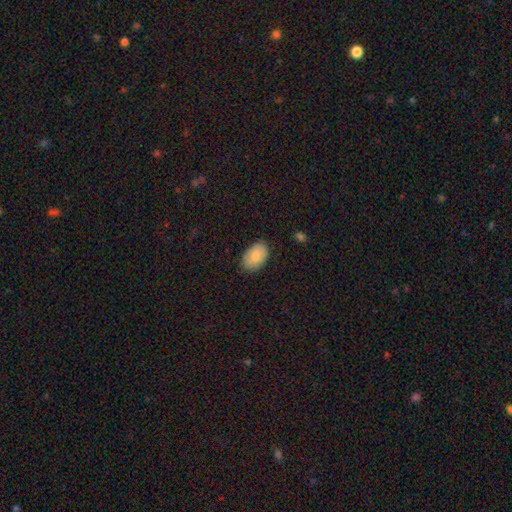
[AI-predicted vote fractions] Morphology: type=smooth (82%); roundness=in between (91%); merging=none (83%).